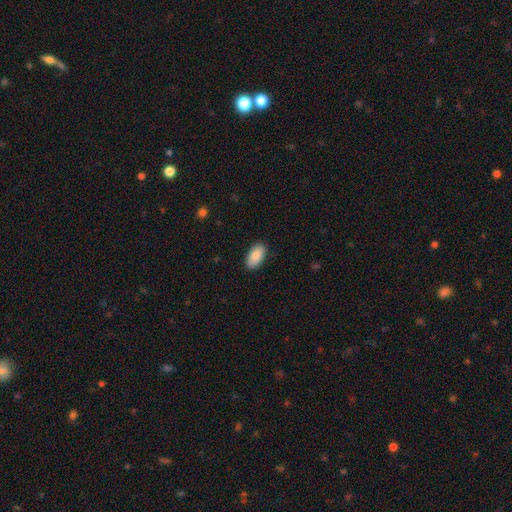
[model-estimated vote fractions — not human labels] Smooth or featured? Predicted: smooth (p=0.88). How rounded? Predicted: in between (p=0.95). Merging? Predicted: none (p=0.88).